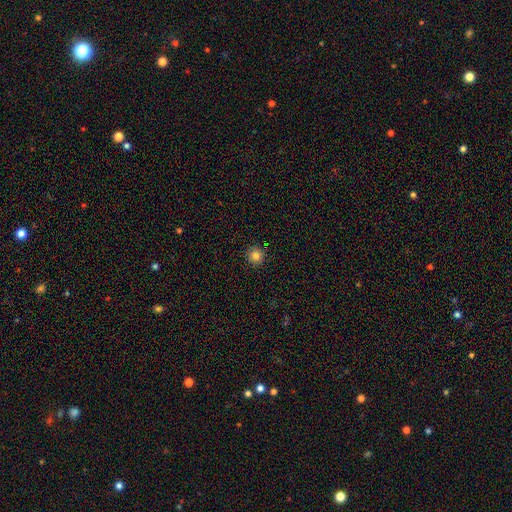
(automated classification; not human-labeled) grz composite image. It shows a smooth galaxy with no disk features (82%) that is round (94%). Merging: none (91%).